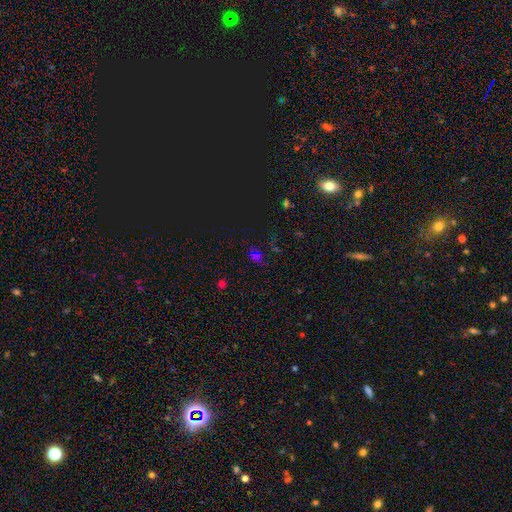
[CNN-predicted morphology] type=star or artifact (54%).